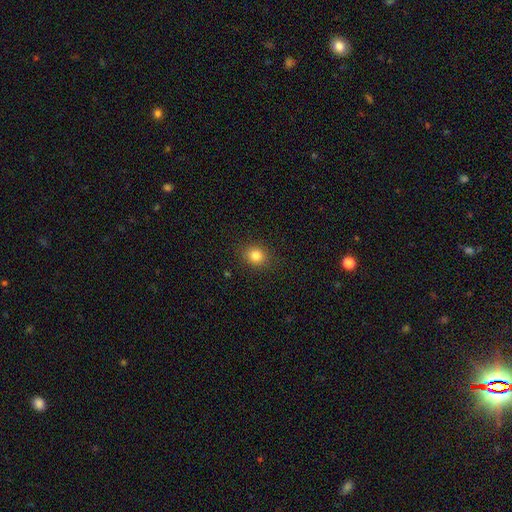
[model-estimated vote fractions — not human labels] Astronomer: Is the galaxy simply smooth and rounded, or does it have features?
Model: smooth — 83%.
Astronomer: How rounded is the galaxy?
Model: round — 67%.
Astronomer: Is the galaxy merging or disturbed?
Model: none — 88%.